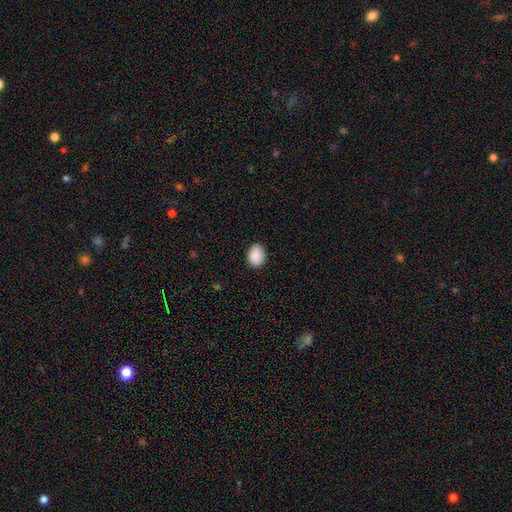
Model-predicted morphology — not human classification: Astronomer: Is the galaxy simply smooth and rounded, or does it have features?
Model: smooth — 89%.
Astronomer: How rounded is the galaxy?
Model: in between — 70%.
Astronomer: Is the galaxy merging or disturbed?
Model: none — 87%.